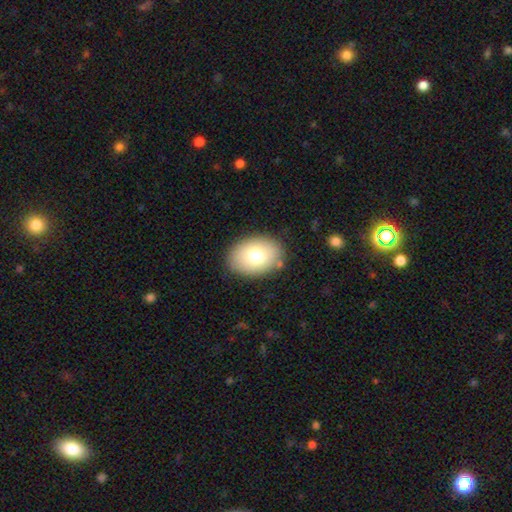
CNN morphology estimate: Overall: smooth (78%). How rounded: in between (81%). Merging: none (85%).